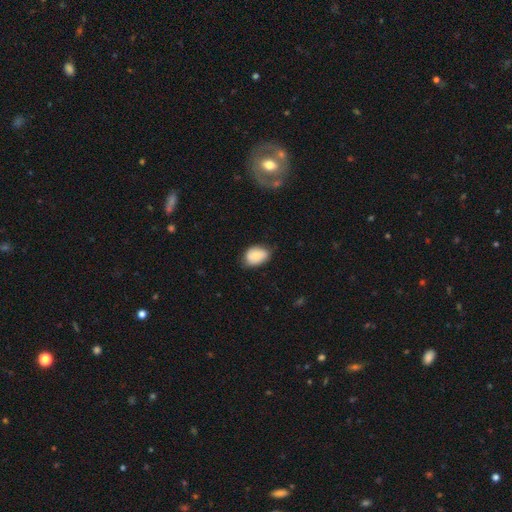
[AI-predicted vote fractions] Morphology: type=smooth (78%); roundness=in between (76%); merging=none (64%).